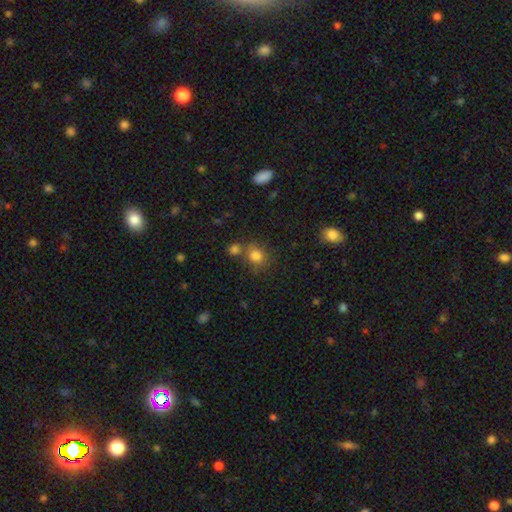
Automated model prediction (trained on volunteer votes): Smooth or featured: smooth — 80% (star or artifact — 13%)
How rounded: round — 81% (in between — 18%)
Merging: none — 65% (merger — 20%)